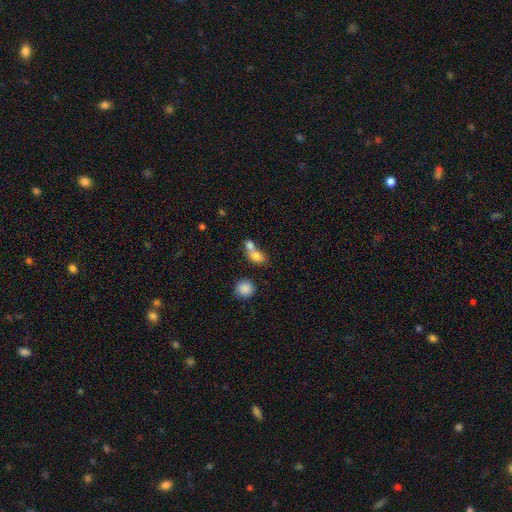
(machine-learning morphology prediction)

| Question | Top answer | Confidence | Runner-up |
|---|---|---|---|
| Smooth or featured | smooth | 77% | featured or disk (13%) |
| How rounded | in between | 57% | round (39%) |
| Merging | merger | 67% | none (23%) |